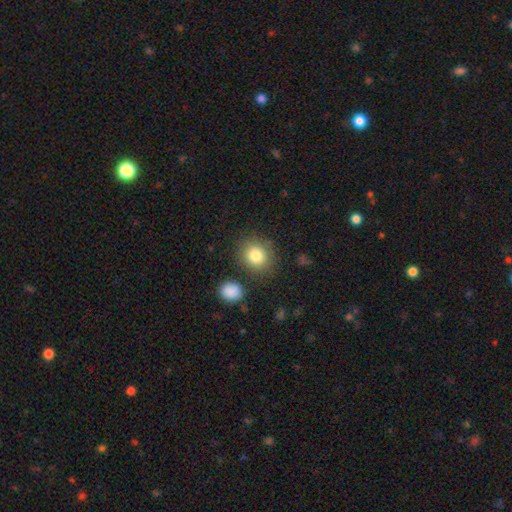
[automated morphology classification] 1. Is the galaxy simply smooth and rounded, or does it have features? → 82% smooth, 10% star or artifact, 7% featured or disk.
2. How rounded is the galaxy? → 79% round, 20% in between, 1% cigar-shaped.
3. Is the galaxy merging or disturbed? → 82% none, 10% minor disturbance, 4% merger, 4% major disturbance.